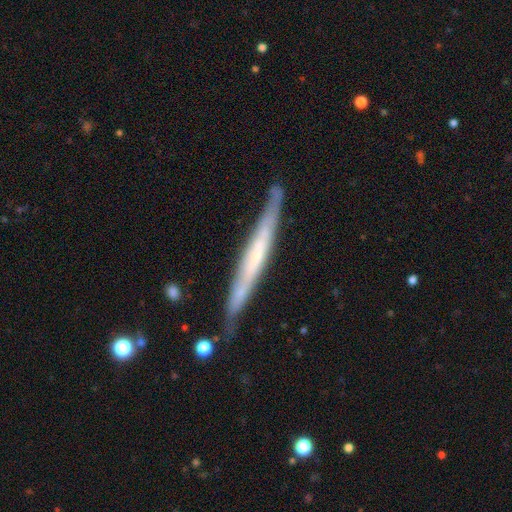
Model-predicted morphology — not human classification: A featured or disk galaxy (64%) viewed edge-on (92%) with no central bulge (69%).

Vote fractions:
- Smooth or featured? featured or disk: 64% / smooth: 30% / star or artifact: 6%
- Edge-on disk? yes: 92% / no: 8%
- Edge-on bulge? none: 69% / rounded: 19% / boxy: 13%
- Merging? none: 79% / minor disturbance: 16% / major disturbance: 3% / merger: 2%